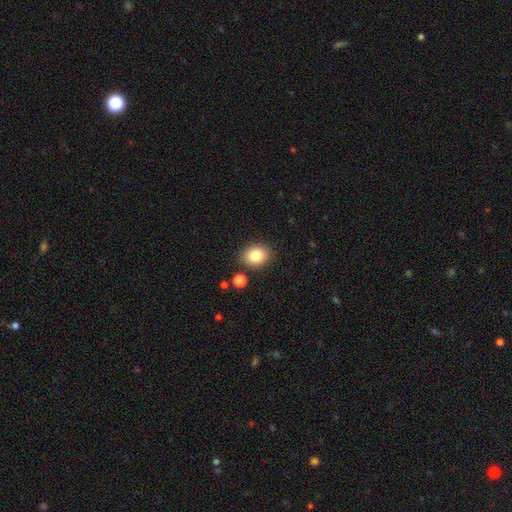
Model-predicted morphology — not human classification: Smooth or featured: smooth — 83% (star or artifact — 9%)
How rounded: in between — 56% (round — 43%)
Merging: none — 85% (minor disturbance — 9%)